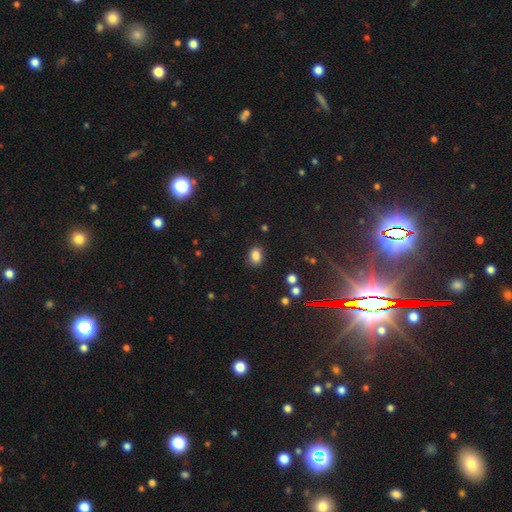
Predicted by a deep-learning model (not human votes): Smooth or featured: smooth — 84% (star or artifact — 11%)
How rounded: in between — 69% (round — 30%)
Merging: none — 84% (minor disturbance — 11%)